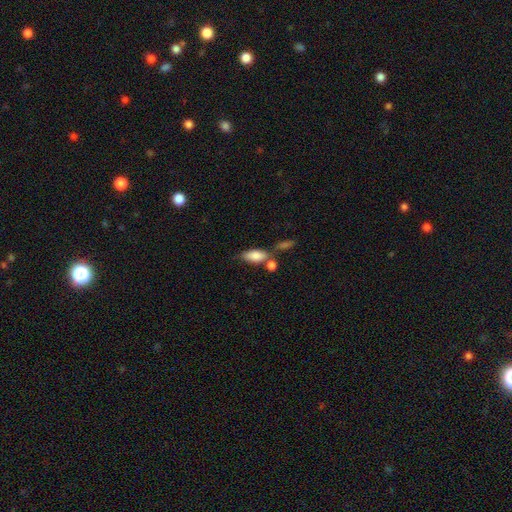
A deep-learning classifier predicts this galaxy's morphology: Smooth or featured? smooth (81%)
How rounded? in between (85%)
Merging? none (48%)